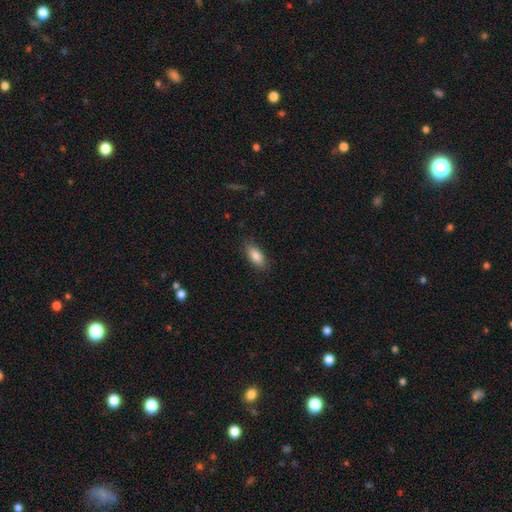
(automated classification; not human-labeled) This is clearly a smooth galaxy (85%). How rounded: clearly in between (83%). Merging: clearly none (84%).